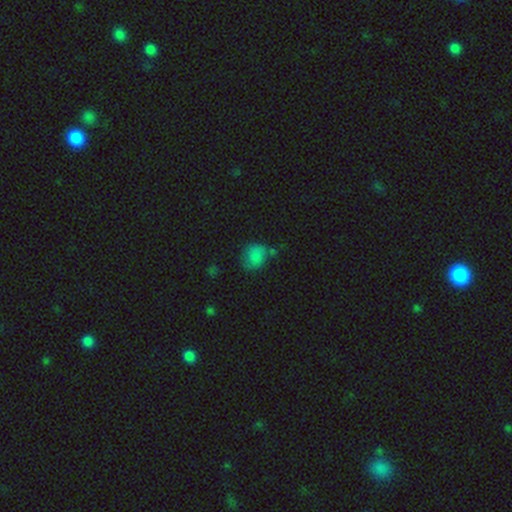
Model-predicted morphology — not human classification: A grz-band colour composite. It shows a smooth galaxy with no disk features (78%) that is round (62%). Merging: none (51%).